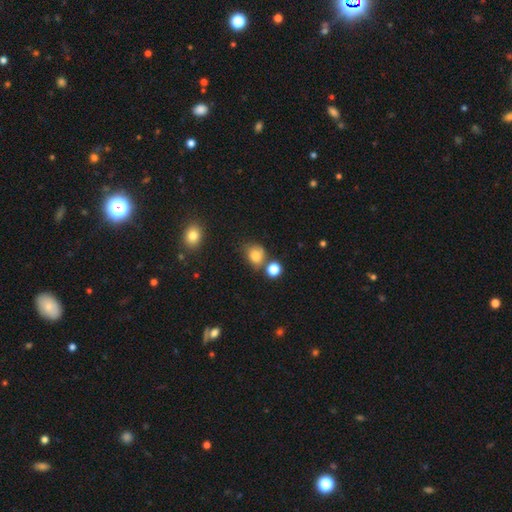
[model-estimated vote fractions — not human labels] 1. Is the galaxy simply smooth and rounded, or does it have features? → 78% smooth, 13% star or artifact, 9% featured or disk.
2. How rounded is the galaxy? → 62% round, 36% in between, 1% cigar-shaped.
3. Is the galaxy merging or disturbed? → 54% none, 22% minor disturbance, 16% merger, 8% major disturbance.